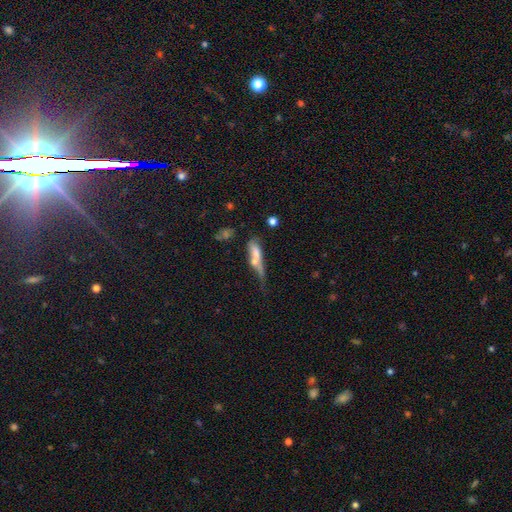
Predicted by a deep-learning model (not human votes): This appears to be a smooth galaxy with no disk features (58%) that is cigar-shaped (60%). Merging: merger (35%).